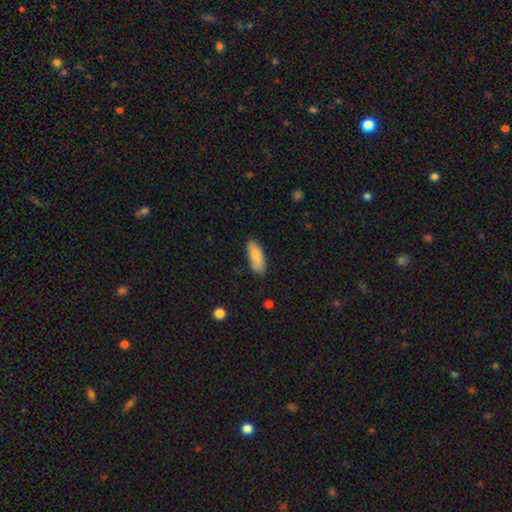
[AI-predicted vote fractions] This is clearly a smooth galaxy (81%). How rounded: likely in between (77%). Merging: likely none (78%).